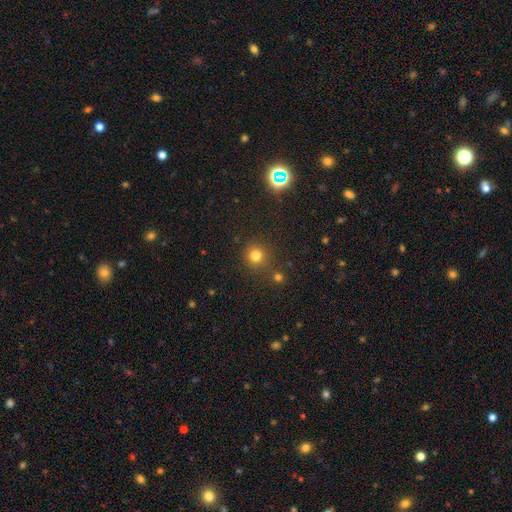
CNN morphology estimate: A smooth galaxy with no disk features (76%) that is round (93%). Merging: none (82%).